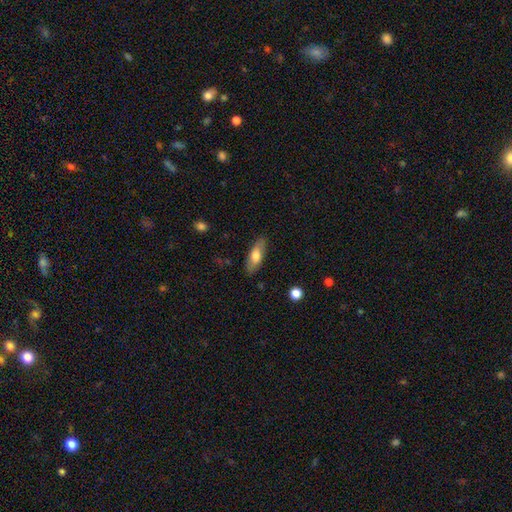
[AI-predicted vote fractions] A smooth galaxy with no disk features (68%) that is in between round and cigar-shaped (67%). Merging: none (84%).